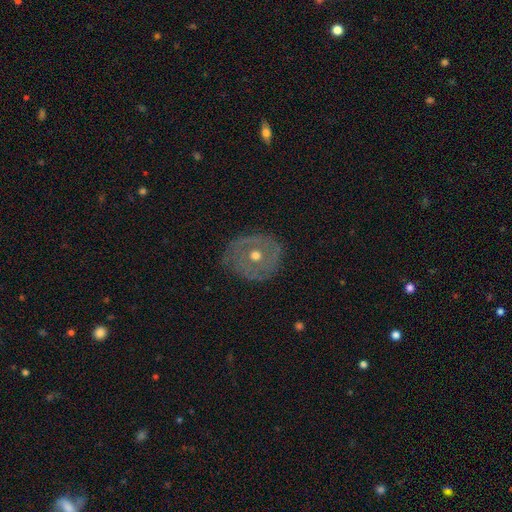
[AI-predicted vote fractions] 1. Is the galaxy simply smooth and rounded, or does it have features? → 69% featured or disk, 23% smooth, 8% star or artifact.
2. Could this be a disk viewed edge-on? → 95% no, 5% yes.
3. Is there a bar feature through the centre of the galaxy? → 86% no, 11% weak, 3% strong.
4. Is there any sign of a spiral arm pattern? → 50% no (tied), 50% yes (tied).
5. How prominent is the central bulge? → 73% moderate, 23% small, 2% large, 1% none, 1% dominant.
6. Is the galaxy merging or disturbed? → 76% none, 17% minor disturbance, 6% major disturbance, 1% merger.